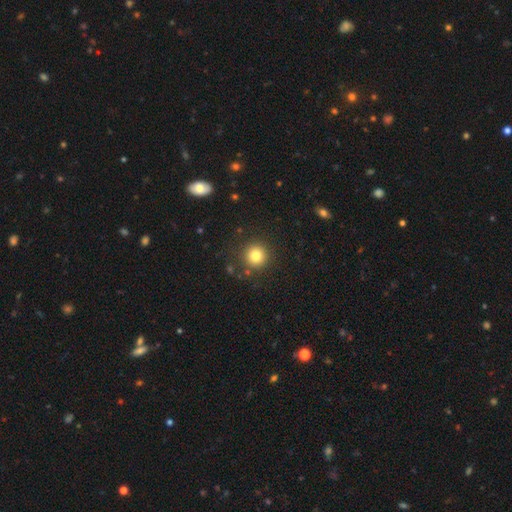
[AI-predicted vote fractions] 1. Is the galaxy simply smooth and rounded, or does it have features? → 80% smooth, 12% star or artifact, 7% featured or disk.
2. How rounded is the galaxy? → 94% round, 5% in between, 1% cigar-shaped.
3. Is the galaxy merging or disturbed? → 88% none, 7% minor disturbance, 3% major disturbance, 2% merger.